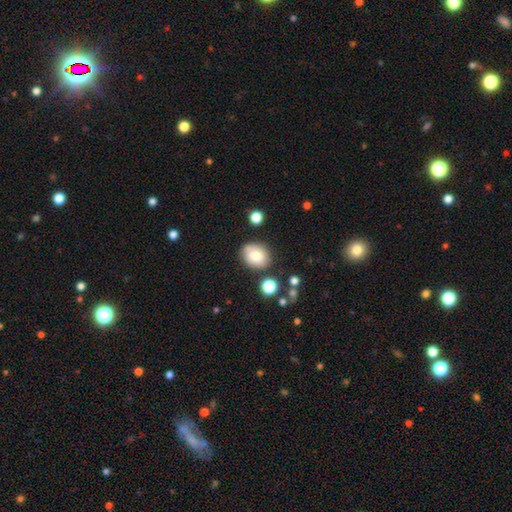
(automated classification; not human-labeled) This is likely a smooth galaxy (73%). How rounded: possibly round (54%). Merging: likely none (75%).